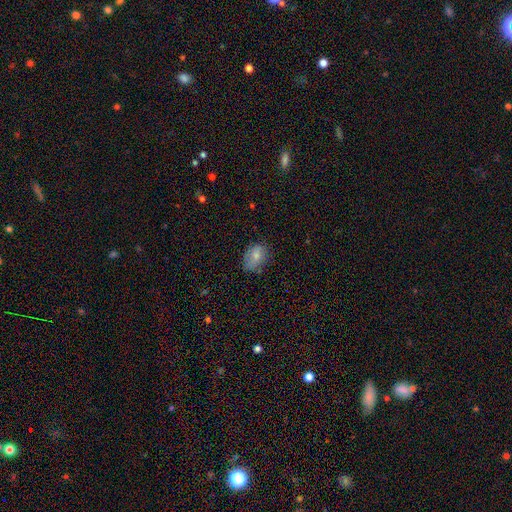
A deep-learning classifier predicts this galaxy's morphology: A smooth galaxy with no disk features (75%) that is in between round and cigar-shaped (74%).

Vote fractions:
- Smooth or featured? smooth: 75% / featured or disk: 16% / star or artifact: 9%
- How rounded? in between: 74% / round: 24% / cigar-shaped: 1%
- Merging? none: 63% / minor disturbance: 27% / major disturbance: 8% / merger: 2%